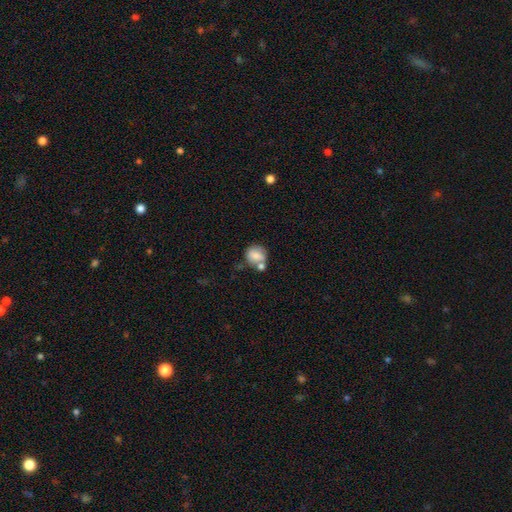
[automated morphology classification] Q: Smooth or featured?
A: smooth (73%); runner-up: featured or disk (19%)
Q: How rounded?
A: round (71%); runner-up: in between (28%)
Q: Merging?
A: none (42%); runner-up: merger (32%)